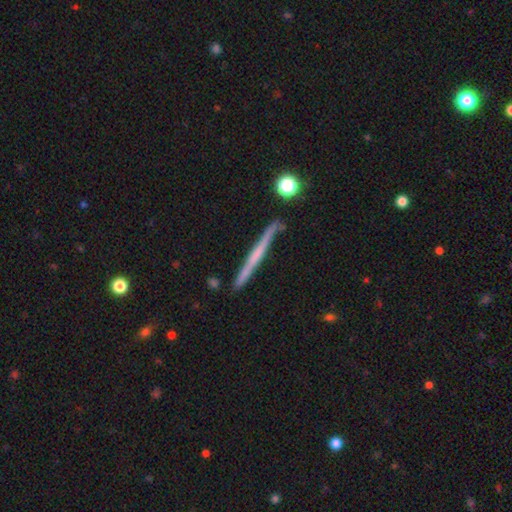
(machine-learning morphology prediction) Q: Smooth or featured?
A: featured or disk (58%); runner-up: smooth (35%)
Q: Edge-on disk?
A: yes (97%); runner-up: no (3%)
Q: Edge-on bulge?
A: none (72%); runner-up: rounded (22%)
Q: Merging?
A: none (88%); runner-up: minor disturbance (9%)